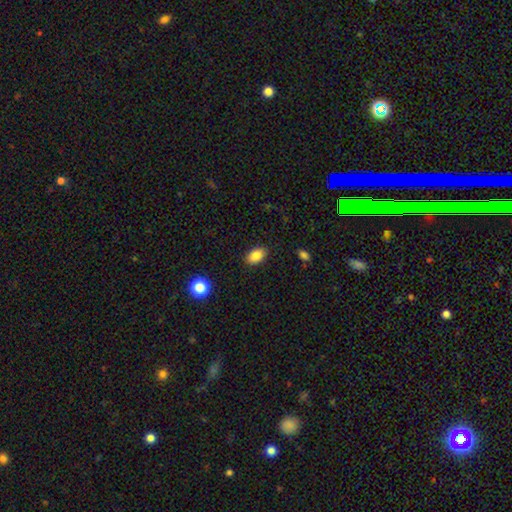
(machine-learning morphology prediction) Q: Smooth or featured?
A: smooth (87%); runner-up: star or artifact (9%)
Q: How rounded?
A: in between (90%); runner-up: round (9%)
Q: Merging?
A: none (87%); runner-up: minor disturbance (9%)